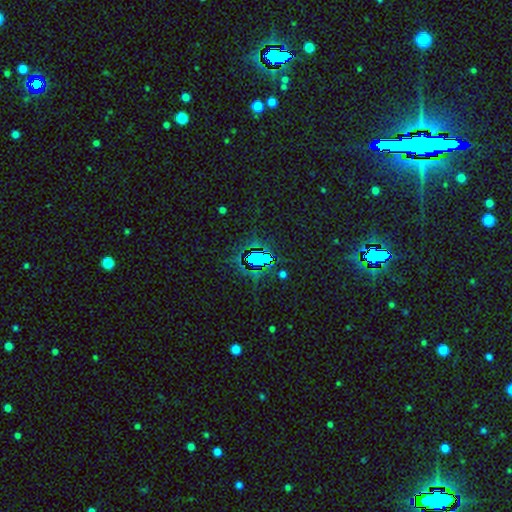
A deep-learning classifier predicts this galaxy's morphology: This appears to be a star or artifact, not a galaxy (73%).